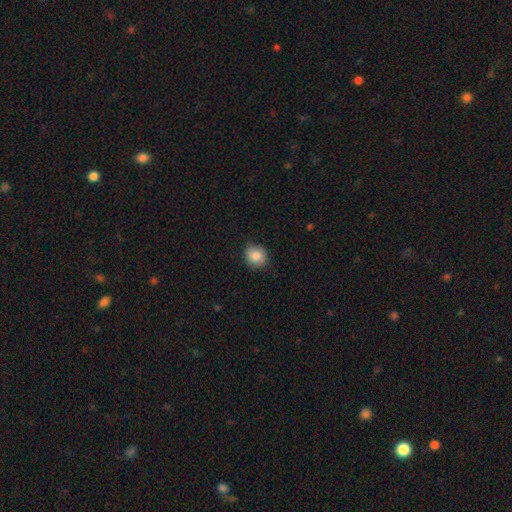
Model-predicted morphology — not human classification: This is clearly a smooth galaxy (85%). How rounded: clearly round (85%). Merging: clearly none (81%).